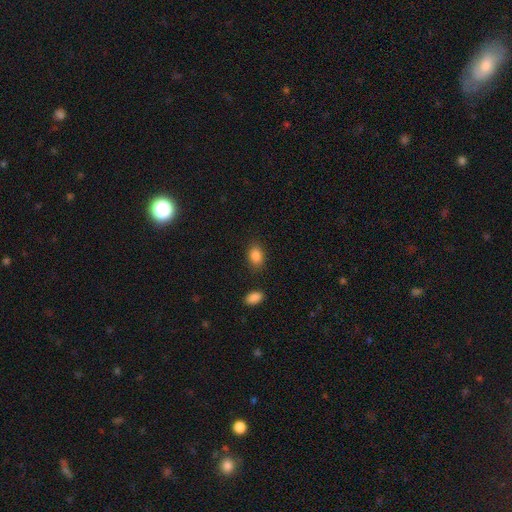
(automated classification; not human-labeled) Smooth or featured? Predicted: smooth (p=0.86). How rounded? Predicted: in between (p=0.76). Merging? Predicted: none (p=0.83).